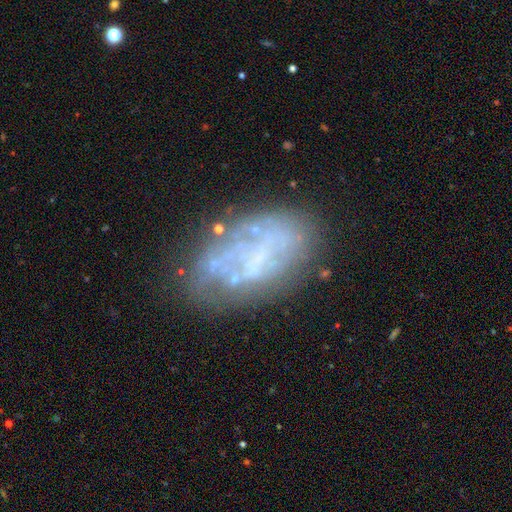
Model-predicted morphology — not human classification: smooth-or-featured: featured or disk: 59% | smooth: 28% | star or artifact: 13%
  disk-edge-on: no: 96% | yes: 4%
    bar: no: 81% | weak: 13% | strong: 6%
    has-spiral-arms: no: 84% | yes: 16%
    bulge-size: none: 74% | small: 17% | moderate: 6% | large: 2% | dominant: 1%
  merging: none: 56% | minor disturbance: 21% | major disturbance: 16% | merger: 6%